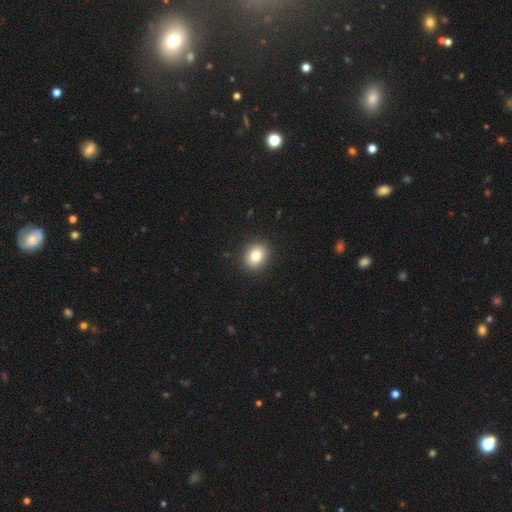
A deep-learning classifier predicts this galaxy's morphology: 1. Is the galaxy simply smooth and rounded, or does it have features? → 84% smooth, 9% star or artifact, 7% featured or disk.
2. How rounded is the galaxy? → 51% round, 49% in between, 1% cigar-shaped.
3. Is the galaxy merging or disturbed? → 90% none, 7% minor disturbance, 2% major disturbance, 1% merger.